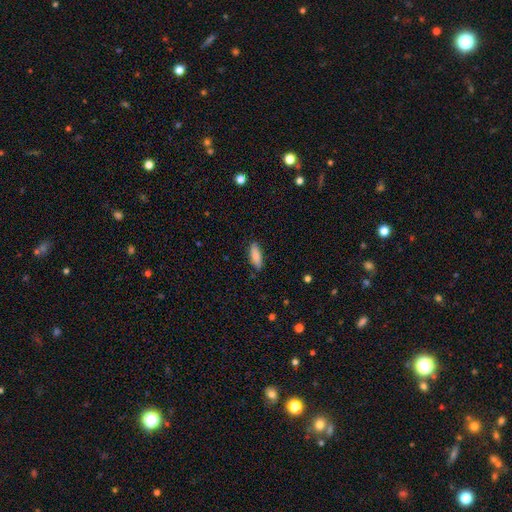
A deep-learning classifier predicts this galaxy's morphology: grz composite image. It shows a smooth galaxy with no disk features (86%) that is in between round and cigar-shaped (58%). Merging: none (84%).